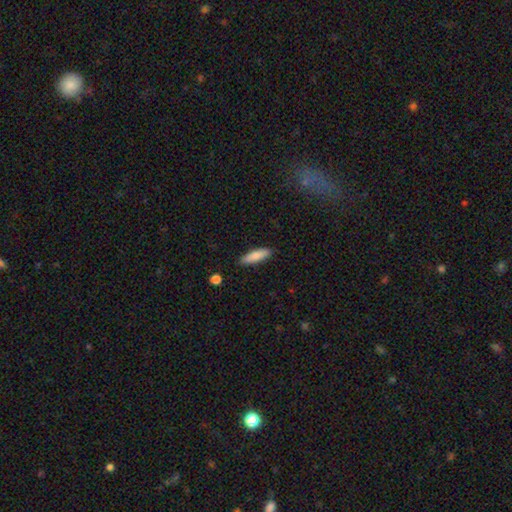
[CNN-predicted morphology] smooth_or_featured: smooth (p=0.84) [alt: featured or disk p=0.10]
how_rounded: cigar-shaped (p=0.60) [alt: in between p=0.38]
merging: none (p=0.88) [alt: minor disturbance p=0.09]